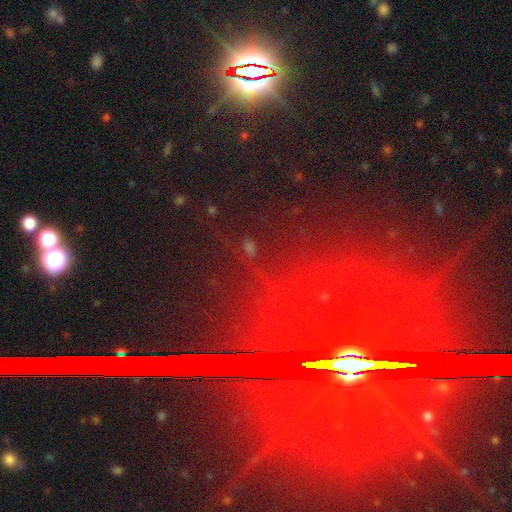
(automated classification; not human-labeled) Morphology: type=star or artifact (81%).